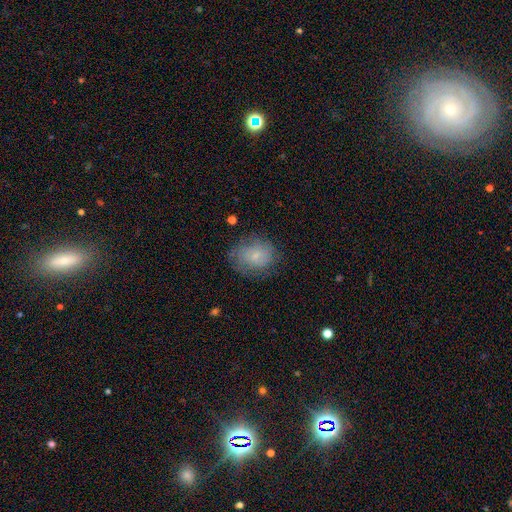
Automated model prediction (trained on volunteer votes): smooth 62%, featured or disk 29%, star or artifact 9%. Down the decision tree: how rounded — round (65%); merging — none (71%).